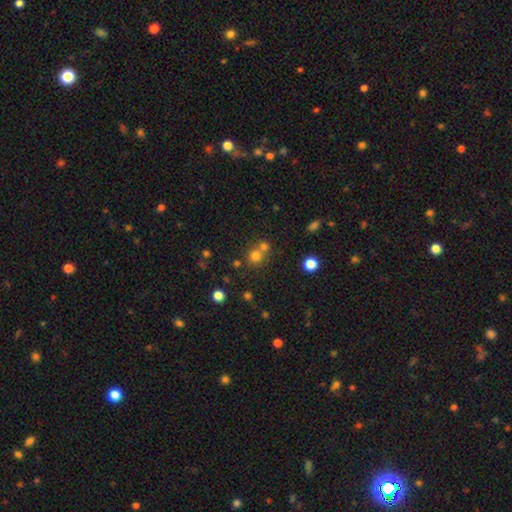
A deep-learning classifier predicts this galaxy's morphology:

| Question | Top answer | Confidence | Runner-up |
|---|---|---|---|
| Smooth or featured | smooth | 72% | star or artifact (18%) |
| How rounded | round | 87% | in between (12%) |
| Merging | none | 51% | merger (40%) |